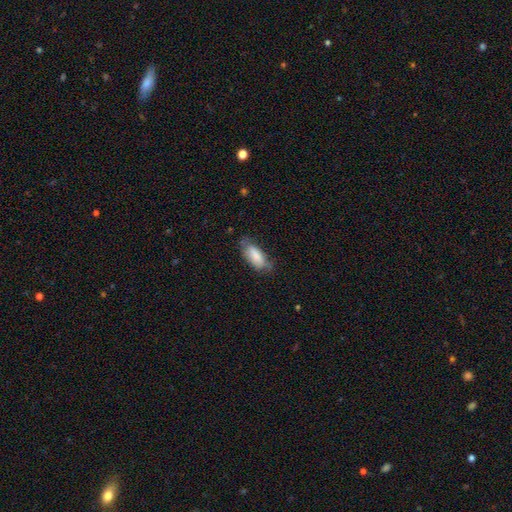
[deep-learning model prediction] Smooth or featured: smooth — 80% (featured or disk — 14%)
How rounded: in between — 82% (cigar-shaped — 16%)
Merging: none — 60% (minor disturbance — 30%)